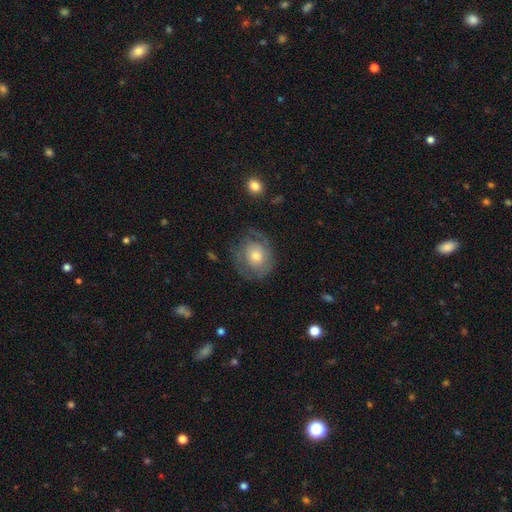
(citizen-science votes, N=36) Smooth or featured: featured or disk — 56% (smooth — 42%)
Edge-on disk: no — 95% (yes — 5%)
Bar: no — 79% (weak — 21%)
Spiral arms: yes — 68% (no — 32%)
Spiral winding: tight — 54% (medium — 38%)
Spiral arm count: 2 — 38% (tied with can't tell — 38%)
Bulge size: moderate — 58% (small — 21%)
Merging: none — 63% (minor disturbance — 23%)